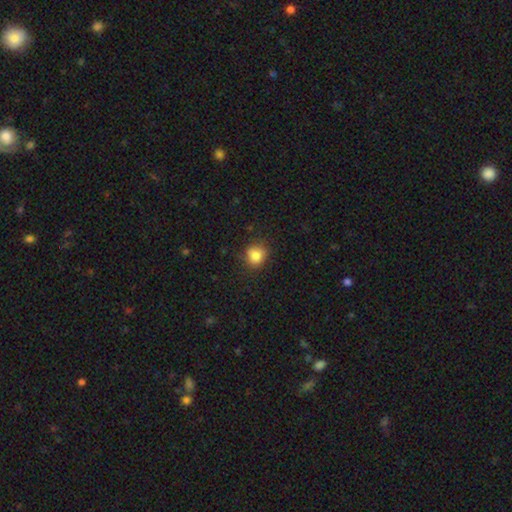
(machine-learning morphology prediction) A smooth galaxy with no disk features (82%) that is round (74%).

Vote fractions:
- Smooth or featured? smooth: 82% / star or artifact: 11% / featured or disk: 7%
- How rounded? round: 74% / in between: 25% / cigar-shaped: 1%
- Merging? none: 73% / minor disturbance: 20% / major disturbance: 5% / merger: 2%